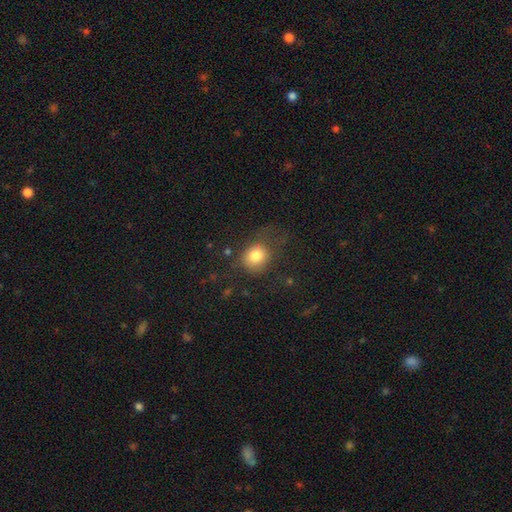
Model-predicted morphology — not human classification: Smooth or featured: smooth — 81% (star or artifact — 11%)
How rounded: round — 74% (in between — 25%)
Merging: none — 58% (minor disturbance — 22%)